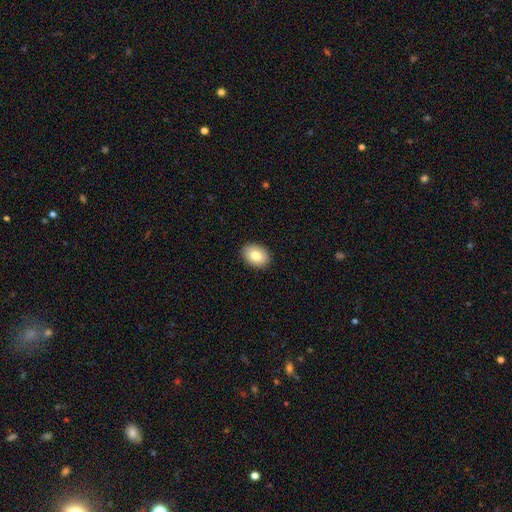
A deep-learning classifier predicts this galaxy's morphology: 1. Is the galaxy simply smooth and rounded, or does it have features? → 81% smooth, 12% featured or disk, 7% star or artifact.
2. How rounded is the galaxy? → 77% in between, 22% round, 1% cigar-shaped.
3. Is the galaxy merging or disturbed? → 90% none, 8% minor disturbance, 2% major disturbance, 1% merger.